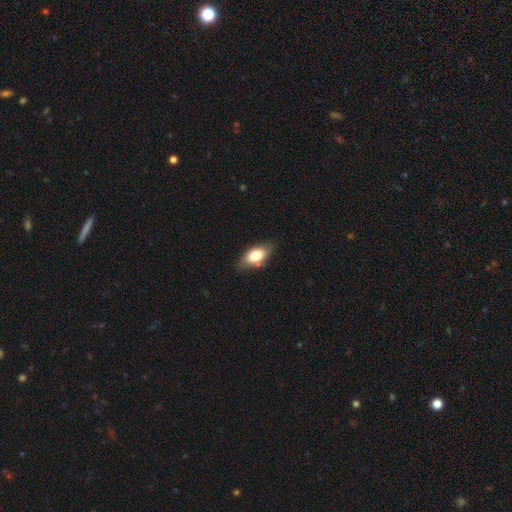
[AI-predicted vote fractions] Overall: smooth (74%). How rounded: in between (89%). Merging: none (73%).